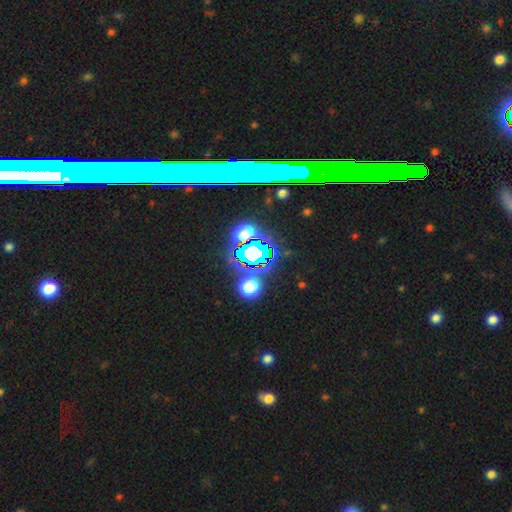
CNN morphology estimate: The model was most divided on "smooth or featured": star or artifact: 58%, smooth: 28%, featured or disk: 14%.